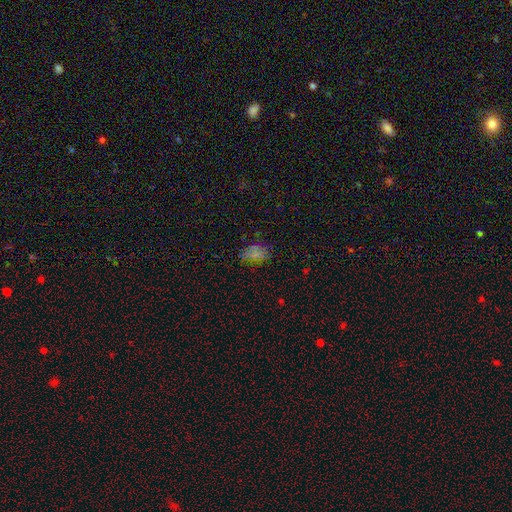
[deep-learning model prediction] A smooth galaxy with no disk features (61%) that is in between round and cigar-shaped (83%). Merging: none (72%).